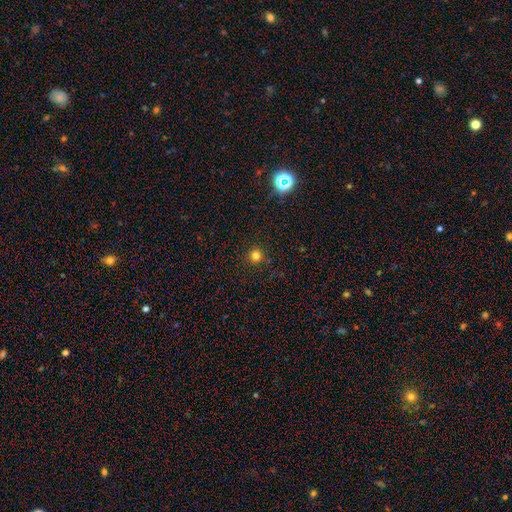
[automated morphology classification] Overall: smooth (78%). How rounded: round (95%). Merging: none (91%).